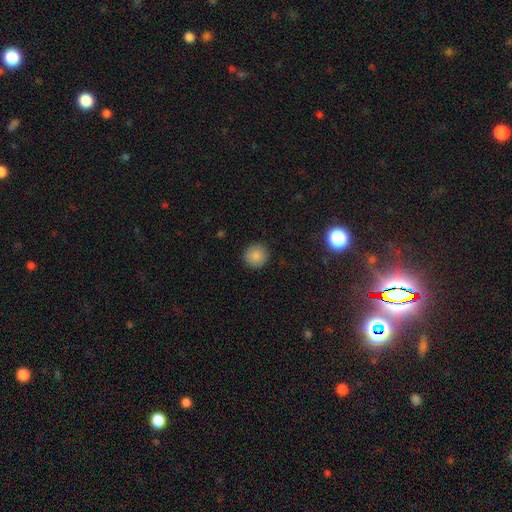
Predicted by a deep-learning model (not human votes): Smooth or featured? Predicted: smooth (p=0.86). How rounded? Predicted: round (p=0.94). Merging? Predicted: none (p=0.91).